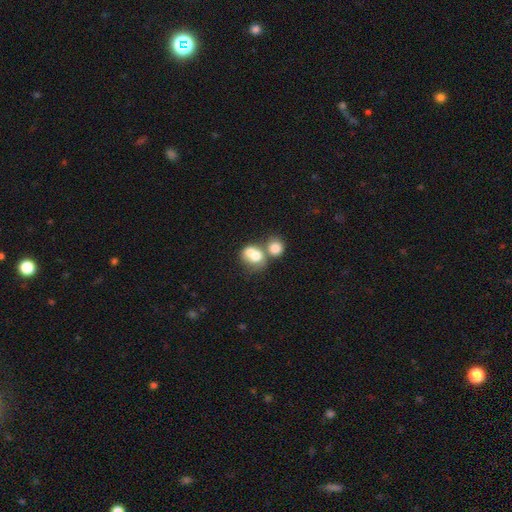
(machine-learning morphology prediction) type=smooth (68%); roundness=round (56%); merging=merger (70%).